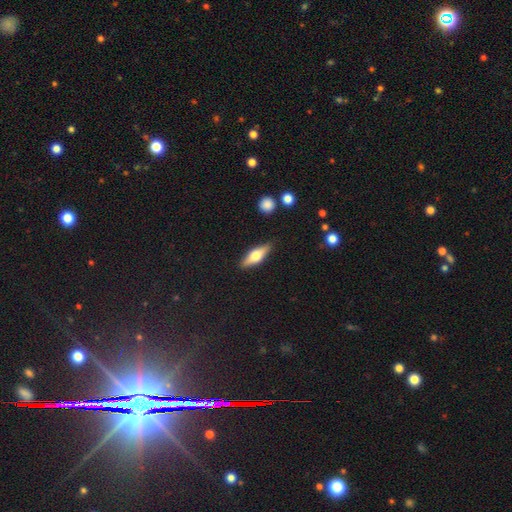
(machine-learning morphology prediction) type=featured or disk (48%); merging=none (86%).